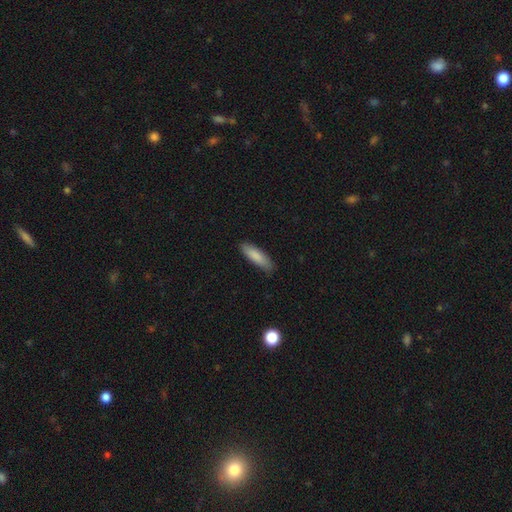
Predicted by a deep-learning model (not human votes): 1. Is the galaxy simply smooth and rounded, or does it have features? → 87% smooth, 8% featured or disk, 6% star or artifact.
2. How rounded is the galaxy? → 55% cigar-shaped, 44% in between, 1% round.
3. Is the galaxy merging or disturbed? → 83% none, 14% minor disturbance, 2% major disturbance, 1% merger.